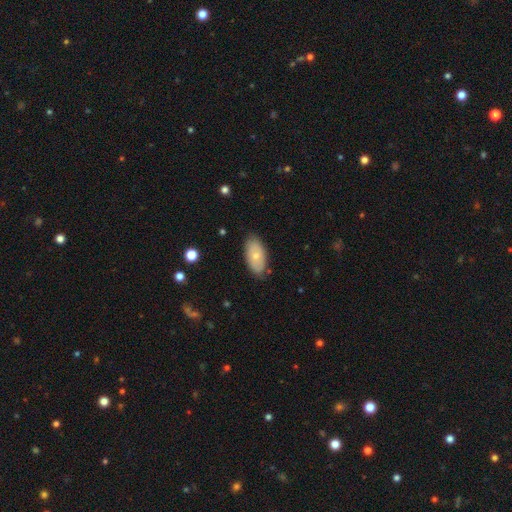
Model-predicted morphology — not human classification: Smooth or featured? Predicted: smooth (p=0.64). How rounded? Predicted: in between (p=0.93). Merging? Predicted: none (p=0.81).